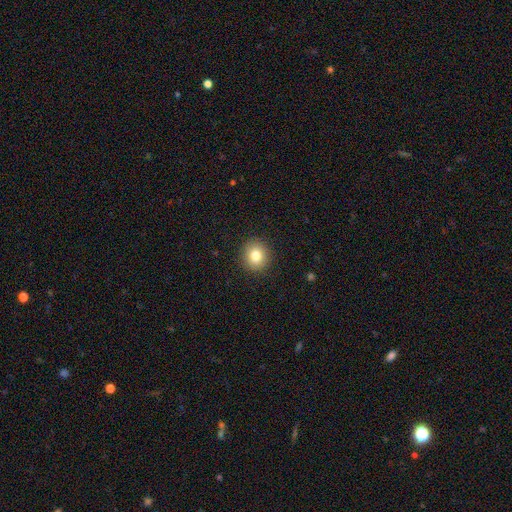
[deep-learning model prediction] smooth_or_featured: smooth (p=0.81) [alt: star or artifact p=0.10]
how_rounded: round (p=0.87) [alt: in between p=0.12]
merging: none (p=0.92) [alt: minor disturbance p=0.05]